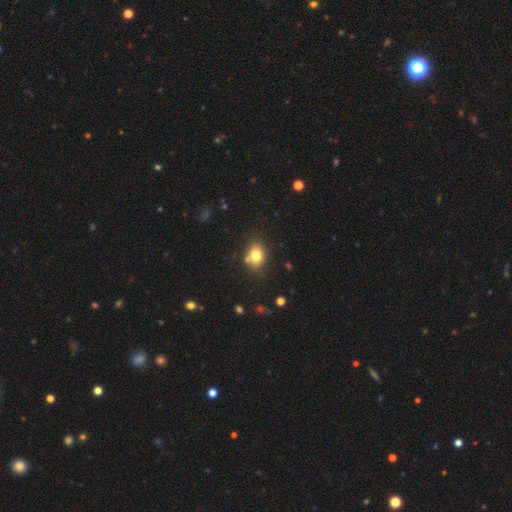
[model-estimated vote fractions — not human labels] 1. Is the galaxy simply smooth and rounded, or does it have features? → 78% smooth, 11% featured or disk, 11% star or artifact.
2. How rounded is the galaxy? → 60% in between, 39% round, 1% cigar-shaped.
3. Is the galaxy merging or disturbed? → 72% none, 15% minor disturbance, 9% merger, 4% major disturbance.